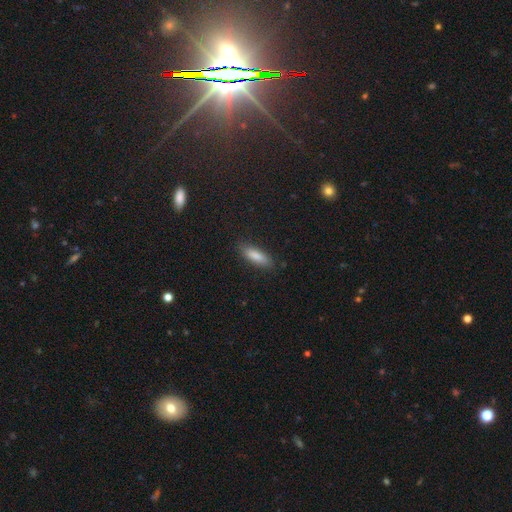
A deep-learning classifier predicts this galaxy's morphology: Smooth or featured? Predicted: smooth (p=0.83). How rounded? Predicted: in between (p=0.55). Merging? Predicted: none (p=0.84).